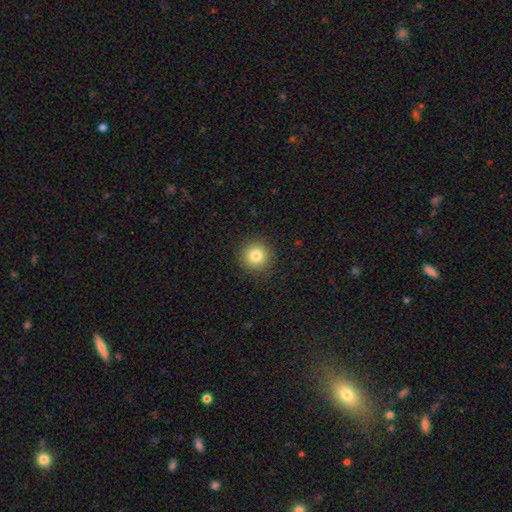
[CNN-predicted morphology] Smooth or featured?
  - smooth: 82% *
  - star or artifact: 11%
  - featured or disk: 7%
How rounded?
  - round: 94% *
  - in between: 5%
  - cigar-shaped: 1%
Merging?
  - none: 91% *
  - minor disturbance: 6%
  - major disturbance: 2%
  - merger: 1%